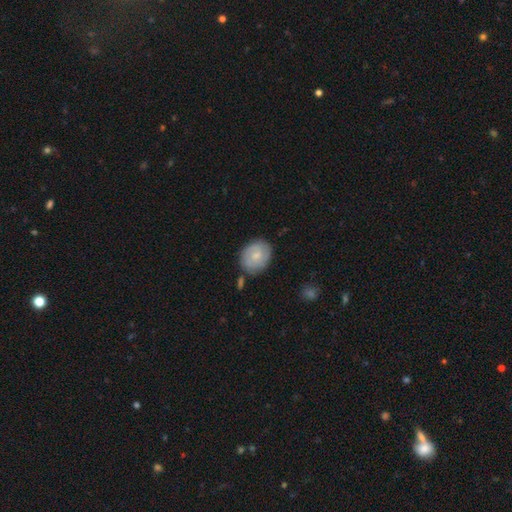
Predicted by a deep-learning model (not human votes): Smooth or featured?
  - smooth: 52% *
  - featured or disk: 42%
  - star or artifact: 6%
How rounded?
  - round: 52% *
  - in between: 46%
  - cigar-shaped: 1%
Merging?
  - none: 74% *
  - minor disturbance: 17%
  - major disturbance: 4%
  - merger: 4%